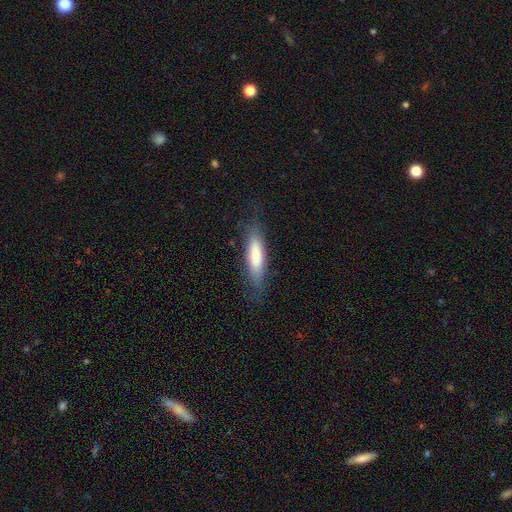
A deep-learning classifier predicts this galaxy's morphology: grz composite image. It shows a smooth galaxy with no disk features (75%) that is cigar-shaped (61%). Merging: none (77%).